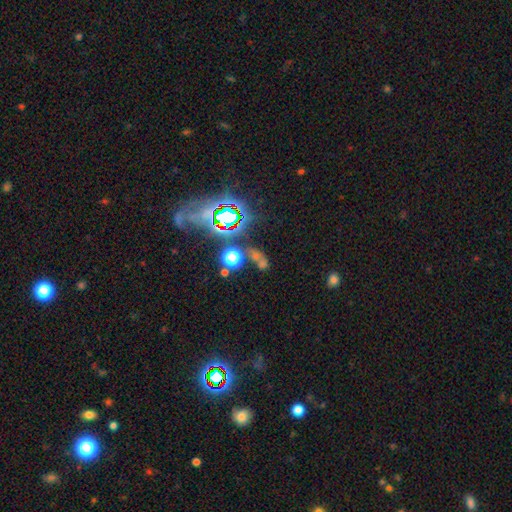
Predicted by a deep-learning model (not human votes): Smooth or featured?
  - star or artifact: 54% *
  - smooth: 30%
  - featured or disk: 16%